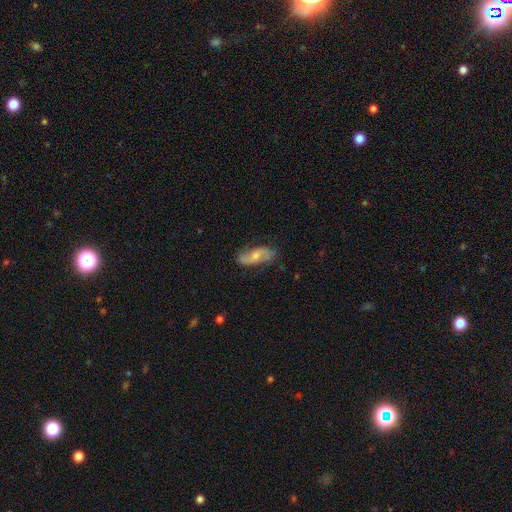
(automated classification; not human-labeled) featured or disk 70%, smooth 23%, star or artifact 8%. Down the decision tree: edge-on disk — no (91%); bar — no (54%); spiral arms — yes (92%); spiral arm count — 2 (89%); spiral winding — loose (56%); bulge size — moderate (54%); merging — none (79%).